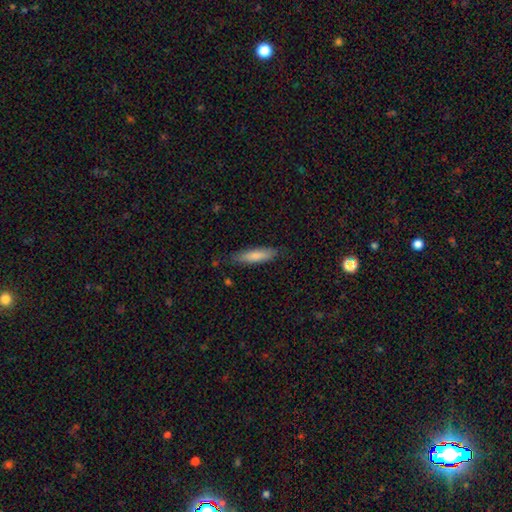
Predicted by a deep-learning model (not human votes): The model was most divided on "how rounded": cigar-shaped: 72%, in between: 26%, round: 1%. More confident: merging — none (82%); smooth or featured — smooth (81%).